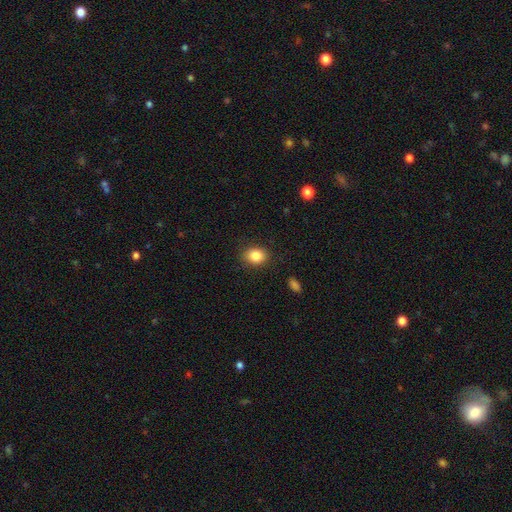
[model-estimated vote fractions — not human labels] Smooth or featured? smooth (85%)
How rounded? in between (51%)
Merging? none (87%)